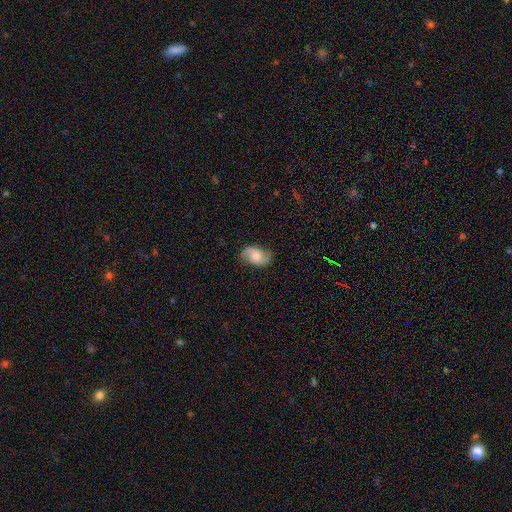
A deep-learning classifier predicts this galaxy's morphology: Smooth or featured? Predicted: featured or disk (p=0.57). Edge-on disk? Predicted: no (p=0.96). Bar? Predicted: no (p=0.60). Spiral arms? Predicted: yes (p=0.92). Spiral winding? Predicted: loose (p=0.49). Spiral arm count? Predicted: 2 (p=0.90). Bulge size? Predicted: moderate (p=0.43). Merging? Predicted: none (p=0.79).